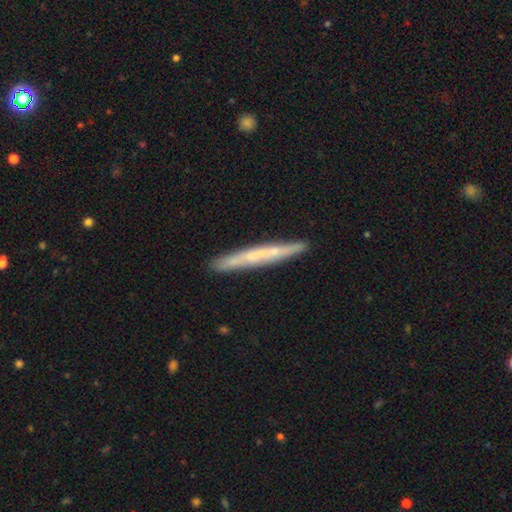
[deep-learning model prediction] smooth-or-featured: featured or disk: 49% | smooth: 45% | star or artifact: 6%
  merging: none: 86% | minor disturbance: 10% | merger: 2% | major disturbance: 2%